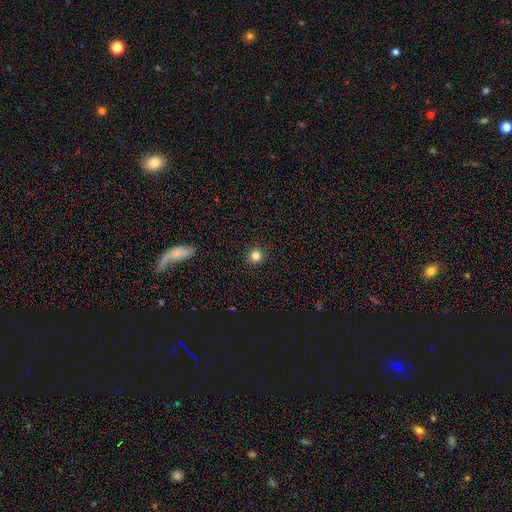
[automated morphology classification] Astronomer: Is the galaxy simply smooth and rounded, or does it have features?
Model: smooth — 82%.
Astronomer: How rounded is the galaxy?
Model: round — 93%.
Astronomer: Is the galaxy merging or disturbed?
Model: none — 92%.